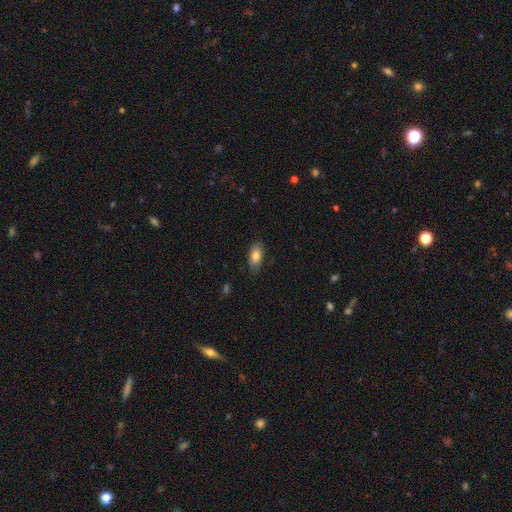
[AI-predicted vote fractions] Morphology: type=smooth (82%); roundness=in between (88%); merging=none (79%).